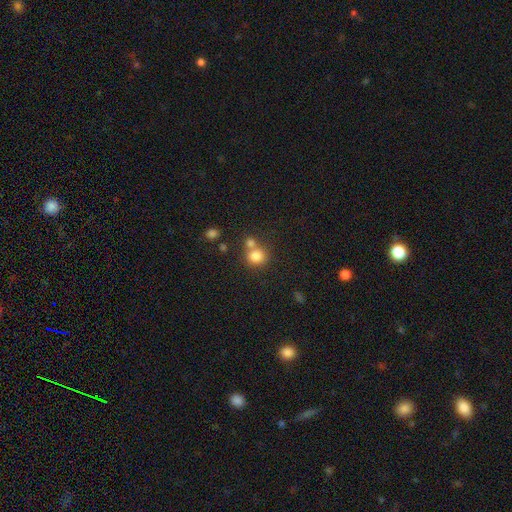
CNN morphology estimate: smooth 81%, star or artifact 12%, featured or disk 8%. Down the decision tree: how rounded — round (80%); merging — none (51%).